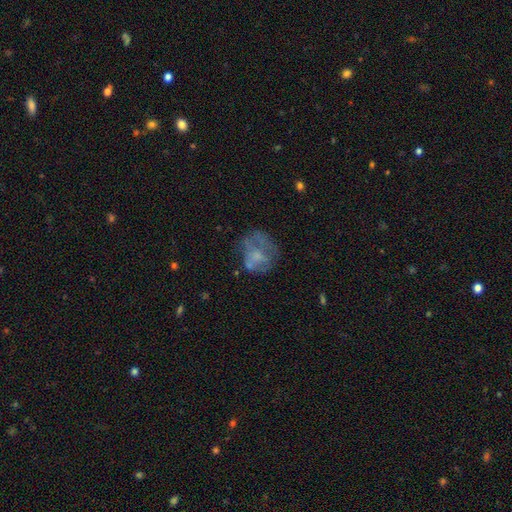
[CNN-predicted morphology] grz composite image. It shows a smooth galaxy with no disk features (45%). Merging: none (44%).